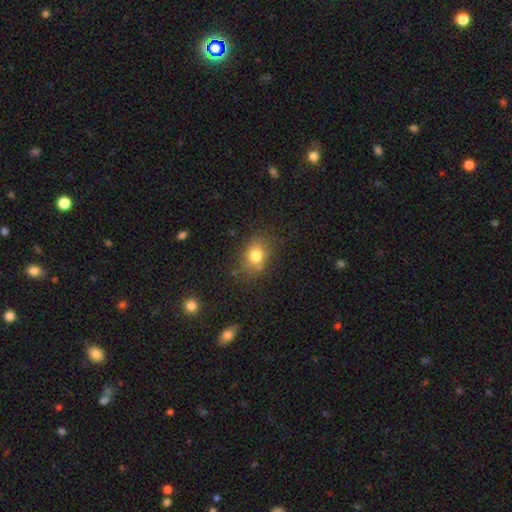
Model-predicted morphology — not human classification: The model was most divided on "how rounded": in between: 51%, round: 48%, cigar-shaped: 1%. More confident: smooth or featured — smooth (77%); merging — none (75%).